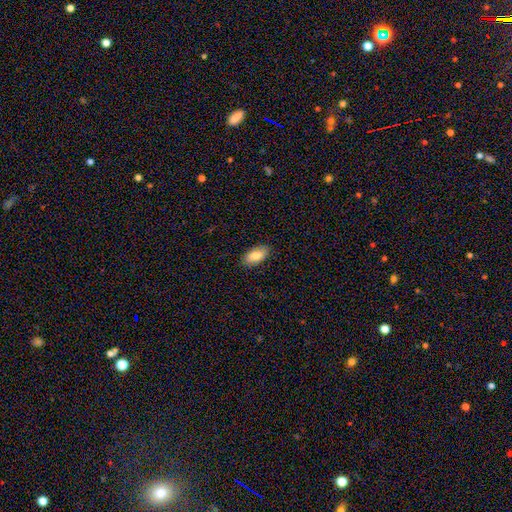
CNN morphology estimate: A smooth galaxy with no disk features (82%) that is in between round and cigar-shaped (93%). Merging: none (88%).